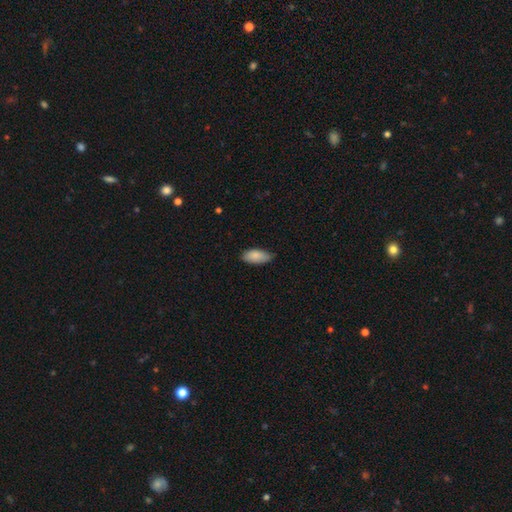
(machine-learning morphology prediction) This appears to be a smooth galaxy with no disk features (87%) that is in between round and cigar-shaped (92%). Merging: none (67%).